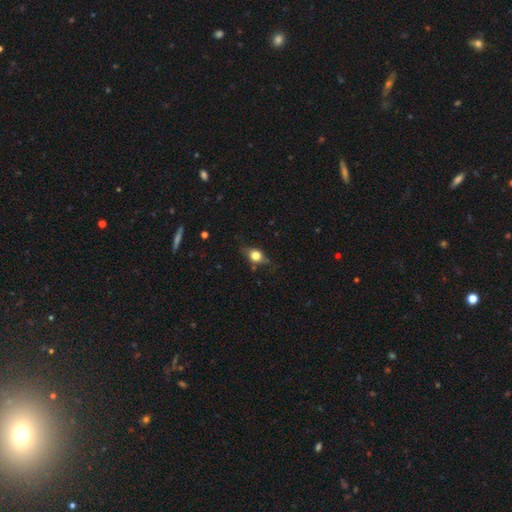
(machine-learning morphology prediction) smooth_or_featured: smooth (p=0.67) [alt: featured or disk p=0.22]
how_rounded: in between (p=0.48) [alt: round p=0.46]
merging: none (p=0.68) [alt: minor disturbance p=0.23]